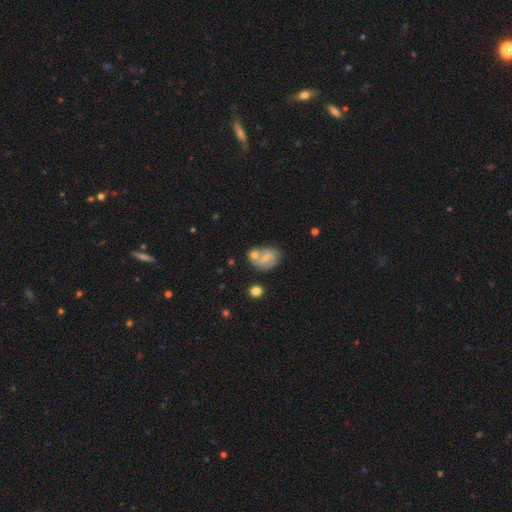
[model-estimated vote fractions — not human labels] smooth-or-featured: smooth: 46% | featured or disk: 28% | star or artifact: 26%
  merging: none: 58% | merger: 19% | minor disturbance: 15% | major disturbance: 8%